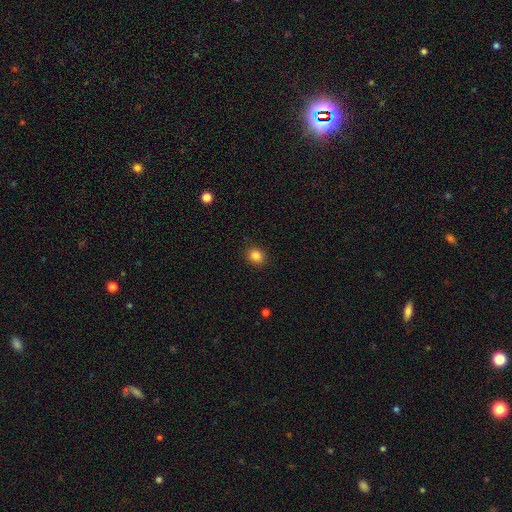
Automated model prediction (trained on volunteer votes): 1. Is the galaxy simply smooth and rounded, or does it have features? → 85% smooth, 11% star or artifact, 4% featured or disk.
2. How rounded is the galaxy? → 68% round, 31% in between, 1% cigar-shaped.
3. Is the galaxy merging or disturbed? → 90% none, 7% minor disturbance, 2% major disturbance, 1% merger.